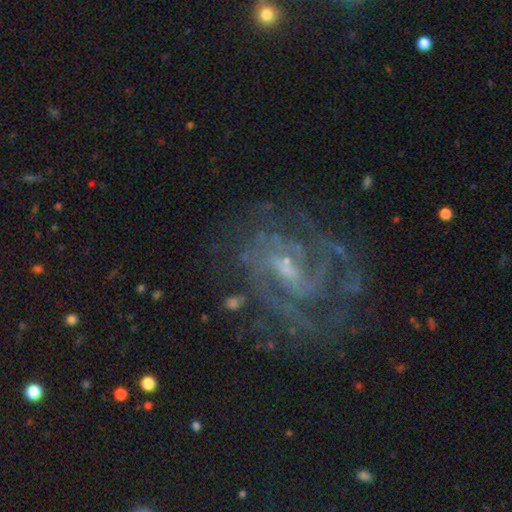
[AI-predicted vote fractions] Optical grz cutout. It shows a featured or disk galaxy (85%) with a weak bar (53%), 2 (32%) tight (46%) spiral arms (93%) and a small central bulge (58%). Merging: none (68%).